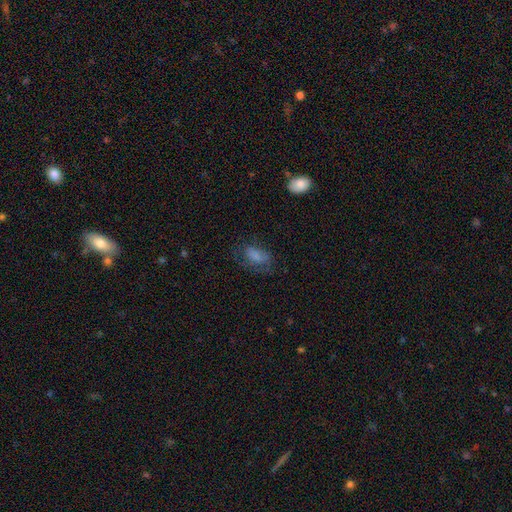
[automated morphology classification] A smooth galaxy with no disk features (71%) that is in between round and cigar-shaped (88%). Merging: none (50%).